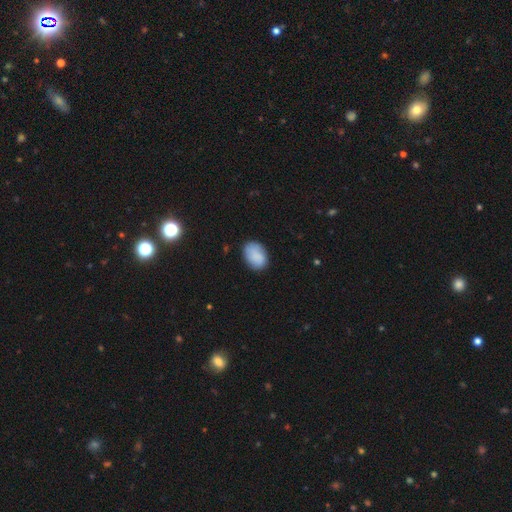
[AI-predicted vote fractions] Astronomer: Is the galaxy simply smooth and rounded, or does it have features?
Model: smooth — 84%.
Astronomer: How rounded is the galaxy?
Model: in between — 78%.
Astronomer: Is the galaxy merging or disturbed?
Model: none — 79%.